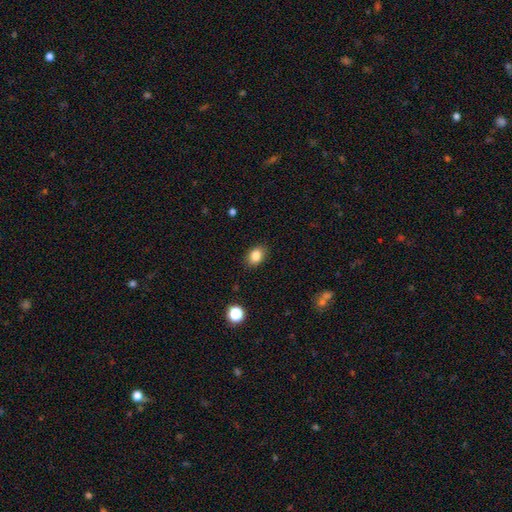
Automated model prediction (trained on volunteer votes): smooth_or_featured: smooth (p=0.84) [alt: star or artifact p=0.10]
how_rounded: in between (p=0.69) [alt: round p=0.30]
merging: none (p=0.87) [alt: minor disturbance p=0.09]